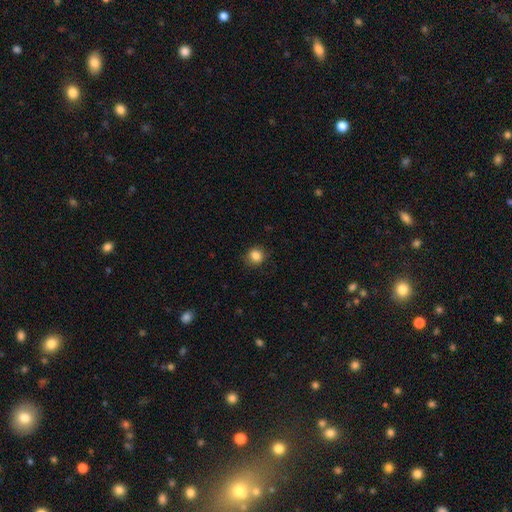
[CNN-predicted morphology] This appears to be a smooth galaxy with no disk features (85%) that is round (86%). Merging: none (86%).